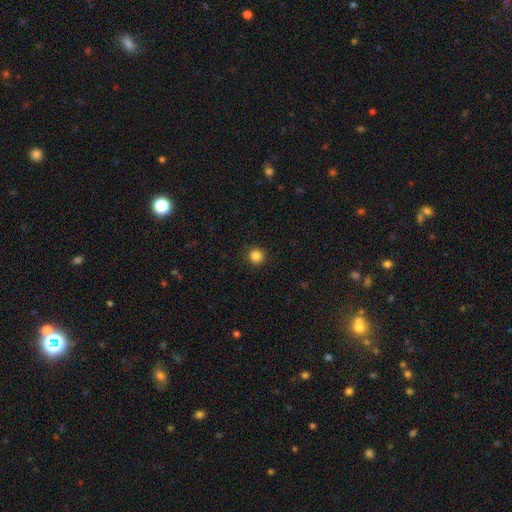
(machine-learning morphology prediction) smooth 86%, star or artifact 11%, featured or disk 3%. Down the decision tree: how rounded — round (93%); merging — none (90%).